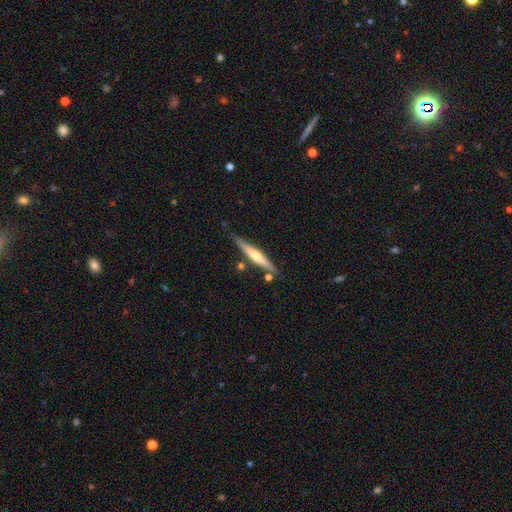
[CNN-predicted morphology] Overall: featured or disk (61%; smooth 33%). Edge-on disk: yes (97%). Edge-on bulge: rounded (77%). Merging: none (80%).